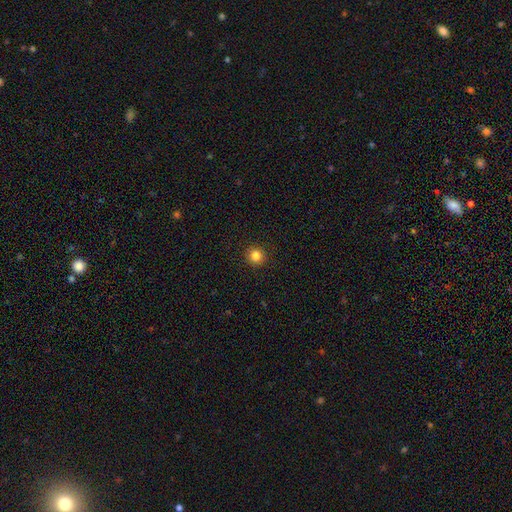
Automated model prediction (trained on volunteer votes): Smooth or featured: smooth — 83% (star or artifact — 12%)
How rounded: round — 94% (in between — 5%)
Merging: none — 93% (minor disturbance — 4%)